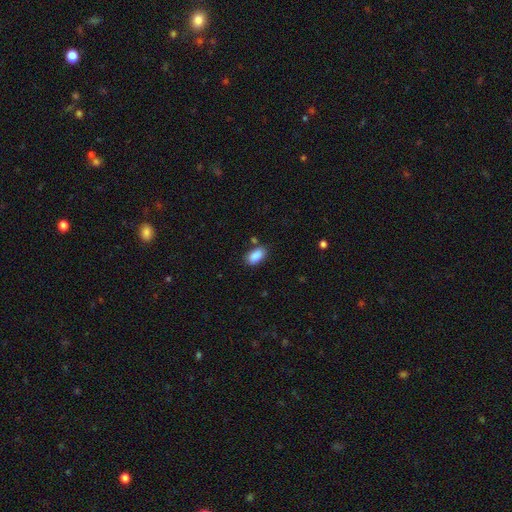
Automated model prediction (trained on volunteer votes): smooth_or_featured: smooth (p=0.89) [alt: star or artifact p=0.07]
how_rounded: in between (p=0.92) [alt: round p=0.05]
merging: none (p=0.75) [alt: minor disturbance p=0.15]